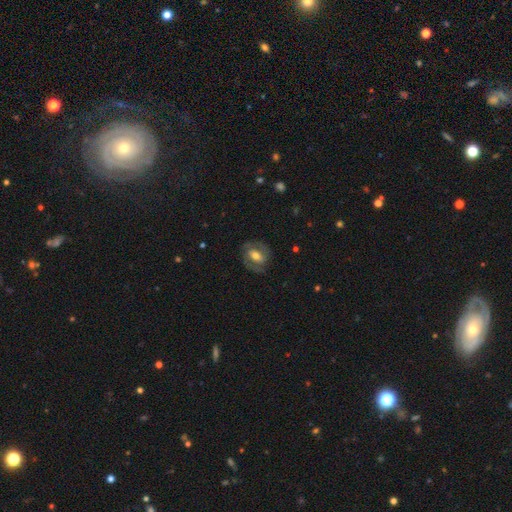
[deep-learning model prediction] featured or disk 68%, smooth 26%, star or artifact 6%. Down the decision tree: edge-on disk — no (96%); bar — weak (40%); spiral arms — yes (78%); spiral arm count — 2 (85%); spiral winding — medium (45%); bulge size — moderate (65%); merging — none (78%).